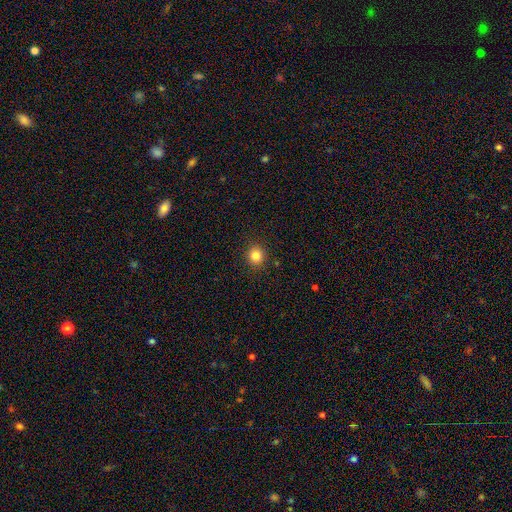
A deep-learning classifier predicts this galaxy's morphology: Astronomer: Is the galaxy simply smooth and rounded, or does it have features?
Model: smooth — 84%.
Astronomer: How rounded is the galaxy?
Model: round — 89%.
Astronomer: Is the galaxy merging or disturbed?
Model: none — 91%.